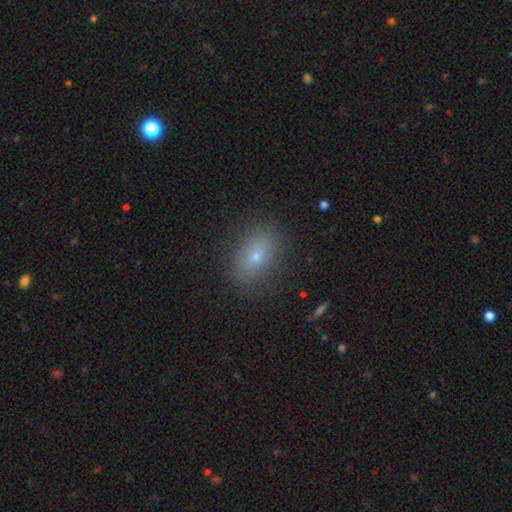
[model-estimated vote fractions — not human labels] This is likely a smooth galaxy (68%). How rounded: likely in between (79%). Merging: clearly none (84%).